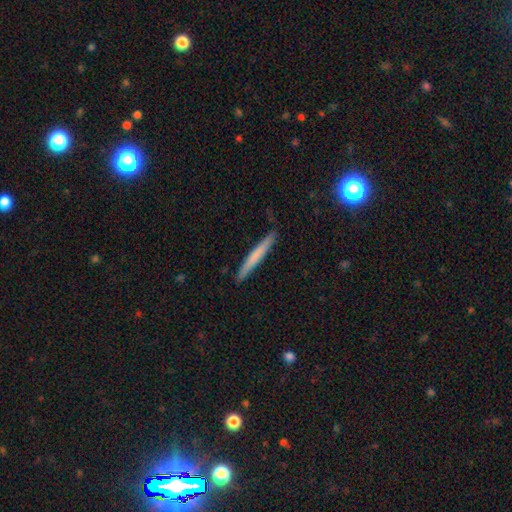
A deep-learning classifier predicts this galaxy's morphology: smooth 63%, featured or disk 31%, star or artifact 6%. Down the decision tree: how rounded — cigar-shaped (97%); merging — none (88%).